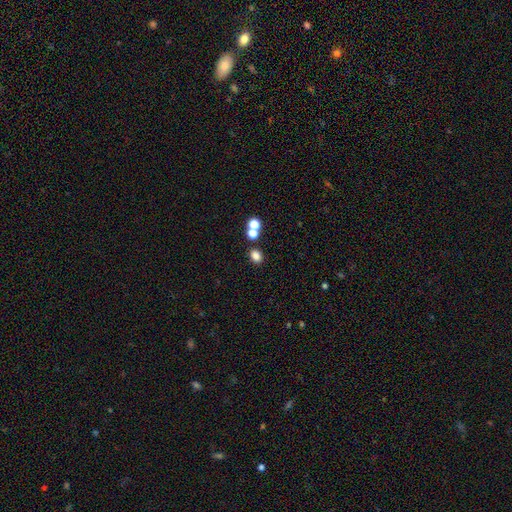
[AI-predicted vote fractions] Smooth or featured? Predicted: smooth (p=0.78). How rounded? Predicted: in between (p=0.59). Merging? Predicted: none (p=0.72).